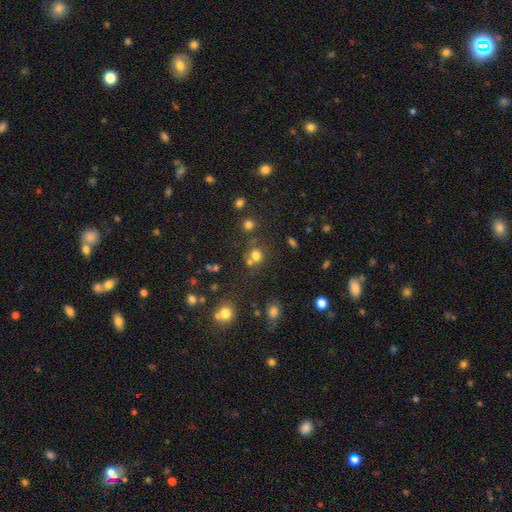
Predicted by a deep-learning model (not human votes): This is likely a smooth galaxy (71%). How rounded: likely round (79%). Merging: possibly none (57%).